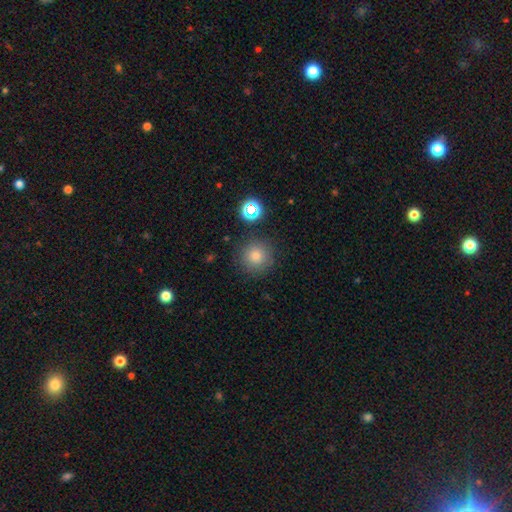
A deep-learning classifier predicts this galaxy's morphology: This appears to be a smooth galaxy with no disk features (77%) that is round (95%). Merging: none (87%).